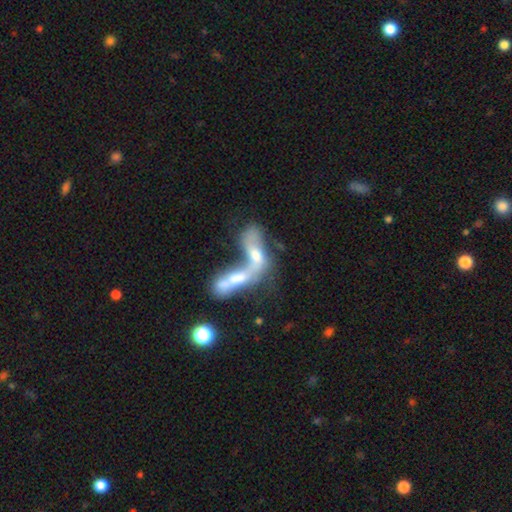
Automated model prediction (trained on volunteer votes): This appears to be a featured or disk galaxy (46%). Merging: merger (80%).